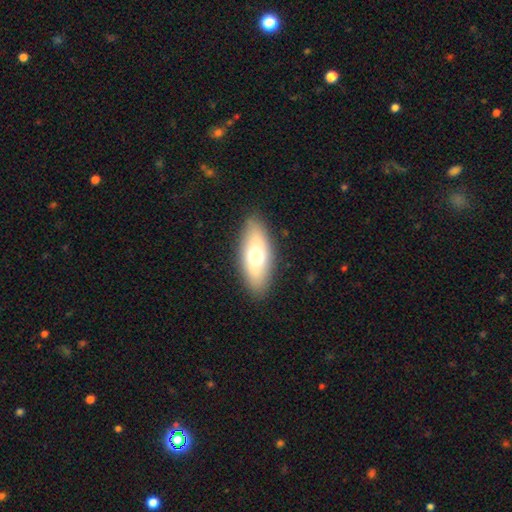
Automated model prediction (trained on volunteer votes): A smooth galaxy with no disk features (65%) that is in between round and cigar-shaped (81%).

Vote fractions:
- Smooth or featured? smooth: 65% / featured or disk: 28% / star or artifact: 7%
- How rounded? in between: 81% / cigar-shaped: 15% / round: 4%
- Merging? none: 86% / minor disturbance: 10% / major disturbance: 3% / merger: 1%